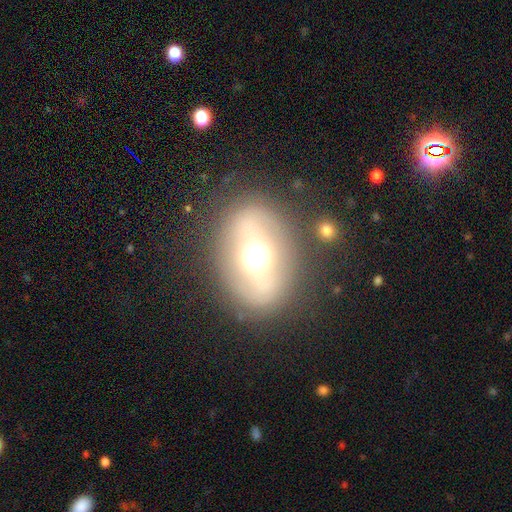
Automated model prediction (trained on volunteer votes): Q: Smooth or featured?
A: featured or disk (47%); runner-up: smooth (38%)
Q: Merging?
A: none (78%); runner-up: minor disturbance (12%)